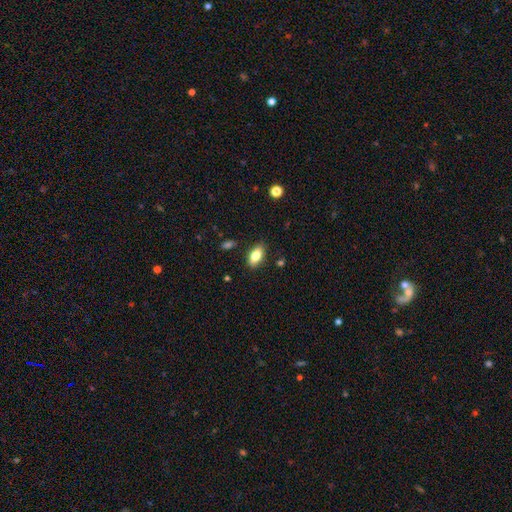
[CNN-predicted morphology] Smooth or featured?
  - smooth: 79% *
  - featured or disk: 14%
  - star or artifact: 8%
How rounded?
  - in between: 90% *
  - cigar-shaped: 5%
  - round: 5%
Merging?
  - none: 86% *
  - minor disturbance: 10%
  - major disturbance: 2%
  - merger: 2%